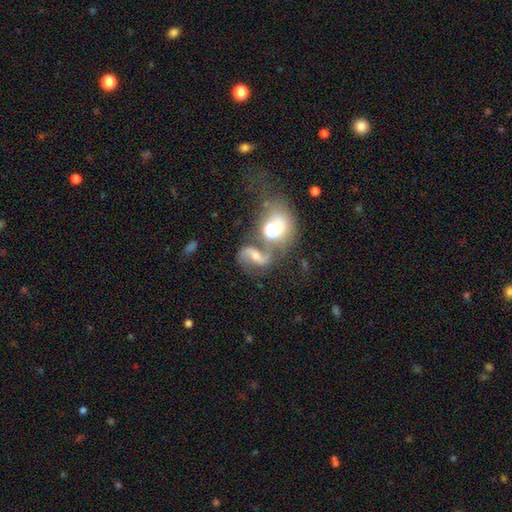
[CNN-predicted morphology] Smooth or featured: featured or disk — 73% (star or artifact — 14%)
Edge-on disk: no — 97% (yes — 3%)
Bar: no — 37% (weak — 33%)
Spiral arms: yes — 93% (no — 7%)
Spiral winding: loose — 60% (medium — 34%)
Spiral arm count: 2 — 91% (1 — 4%)
Bulge size: moderate — 52% (small — 33%)
Merging: none — 57% (merger — 19%)